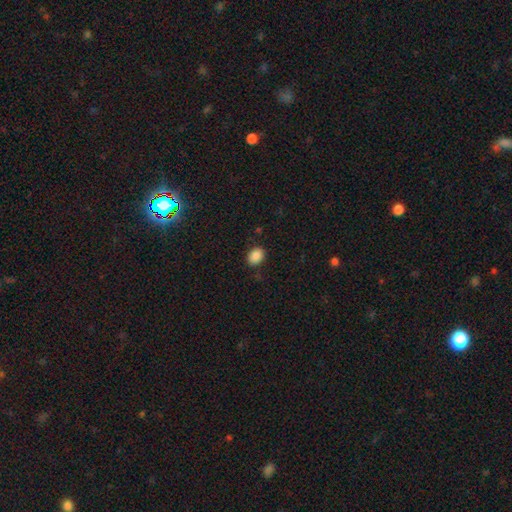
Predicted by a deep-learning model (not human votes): This is clearly a smooth galaxy (87%). How rounded: likely in between (60%). Merging: clearly none (85%).